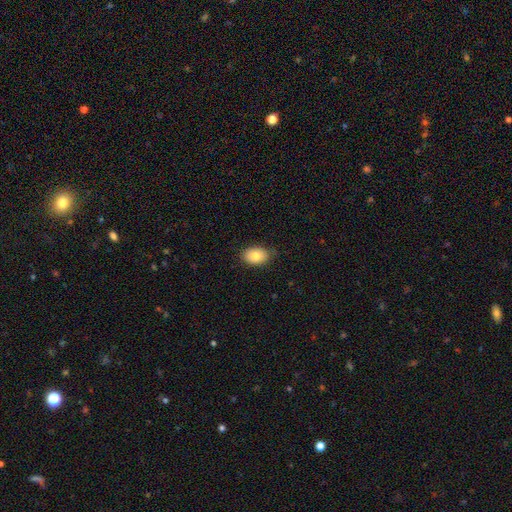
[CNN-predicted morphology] smooth_or_featured: smooth (p=0.80) [alt: featured or disk p=0.12]
how_rounded: in between (p=0.82) [alt: round p=0.17]
merging: none (p=0.80) [alt: minor disturbance p=0.16]